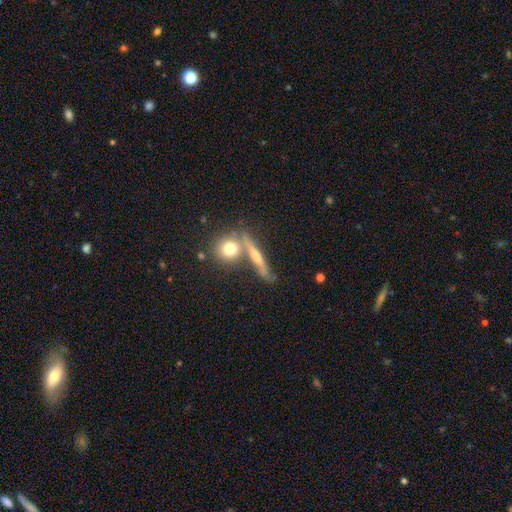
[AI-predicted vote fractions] Smooth or featured? featured or disk (47%)
Merging? none (61%)